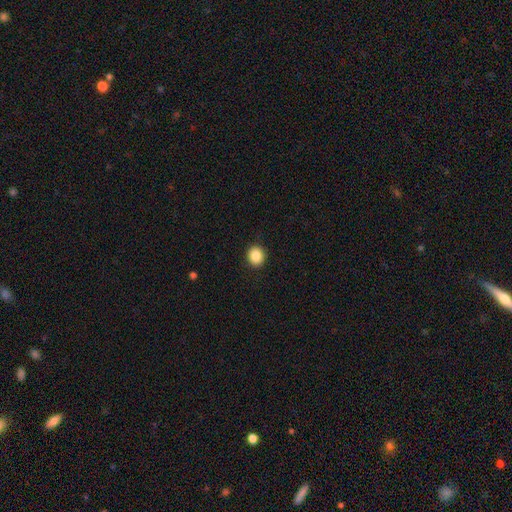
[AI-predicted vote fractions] This is clearly a smooth galaxy (87%). How rounded: likely round (79%). Merging: clearly none (91%).